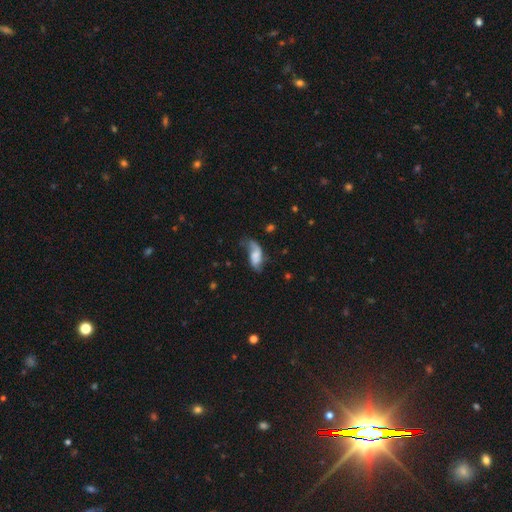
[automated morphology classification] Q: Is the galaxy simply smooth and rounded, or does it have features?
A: featured or disk — 54%.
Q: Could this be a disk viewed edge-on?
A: no — 92%.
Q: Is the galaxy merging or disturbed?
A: none — 43%.